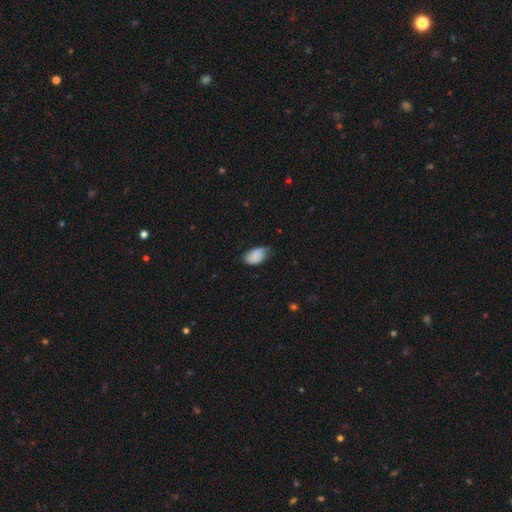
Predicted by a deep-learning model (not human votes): A smooth galaxy with no disk features (78%) that is in between round and cigar-shaped (92%).

Vote fractions:
- Smooth or featured? smooth: 78% / featured or disk: 14% / star or artifact: 8%
- How rounded? in between: 92% / round: 7% / cigar-shaped: 1%
- Merging? none: 53% / minor disturbance: 37% / major disturbance: 8% / merger: 1%